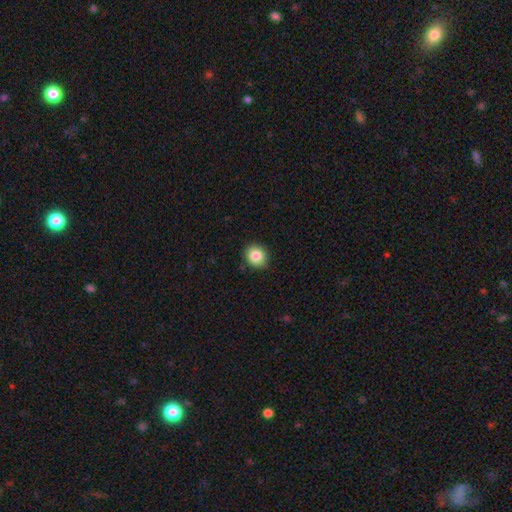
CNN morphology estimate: Smooth or featured? smooth (85%)
How rounded? round (74%)
Merging? none (86%)